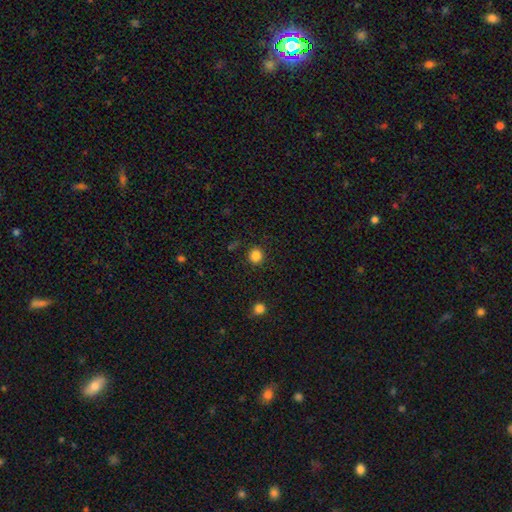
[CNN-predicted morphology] Q: Smooth or featured?
A: smooth (84%); runner-up: star or artifact (12%)
Q: How rounded?
A: round (92%); runner-up: in between (7%)
Q: Merging?
A: none (89%); runner-up: minor disturbance (7%)